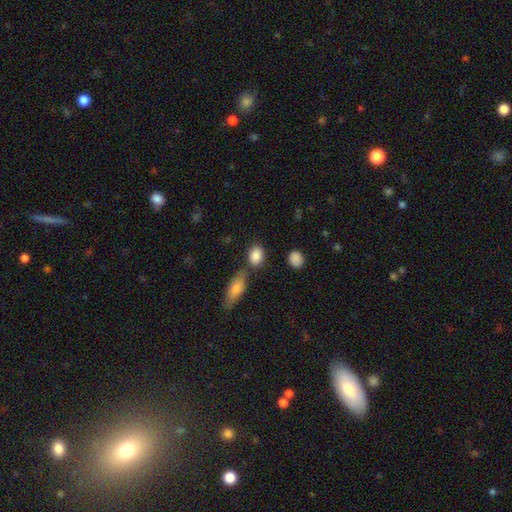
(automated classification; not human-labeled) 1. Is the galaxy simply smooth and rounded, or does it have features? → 86% smooth, 8% star or artifact, 6% featured or disk.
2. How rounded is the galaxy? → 66% in between, 32% round, 3% cigar-shaped.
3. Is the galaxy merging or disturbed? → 66% none, 16% merger, 13% minor disturbance, 4% major disturbance.